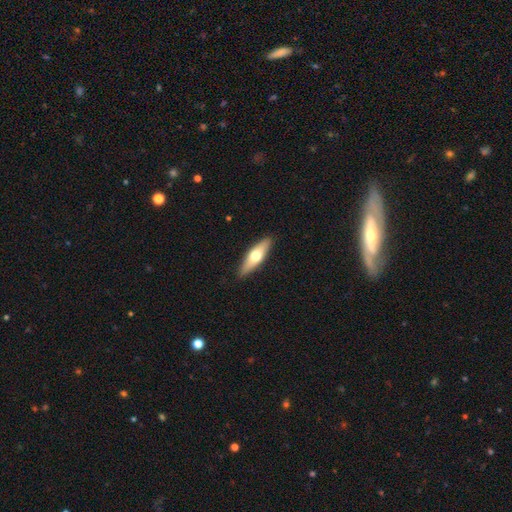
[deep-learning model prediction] smooth 54%, featured or disk 41%, star or artifact 5%. Down the decision tree: how rounded — cigar-shaped (55%); merging — none (89%).